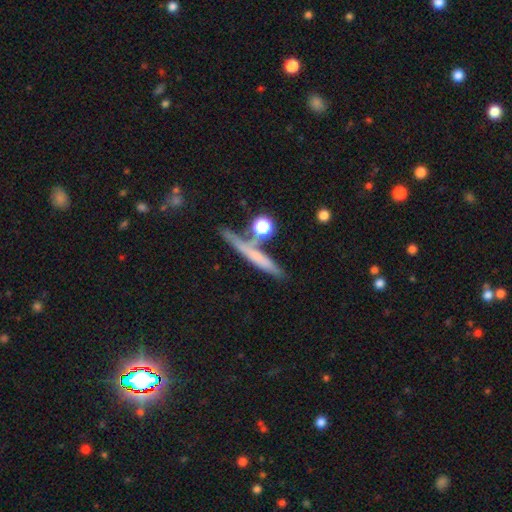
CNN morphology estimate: type=smooth (51%); roundness=cigar-shaped (84%); merging=none (67%).